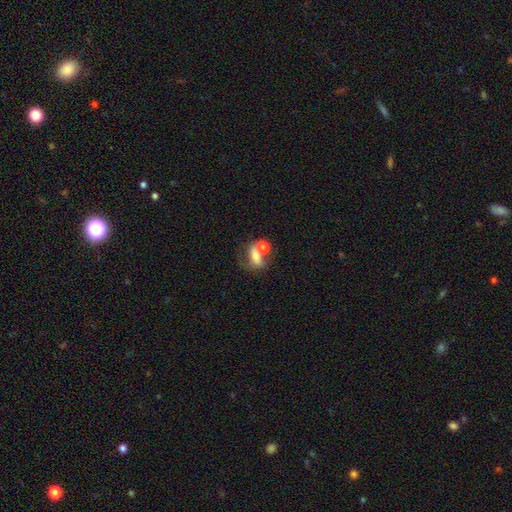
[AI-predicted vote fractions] Smooth or featured: smooth — 57% (featured or disk — 32%)
How rounded: in between — 72% (round — 22%)
Merging: merger — 51% (none — 26%)